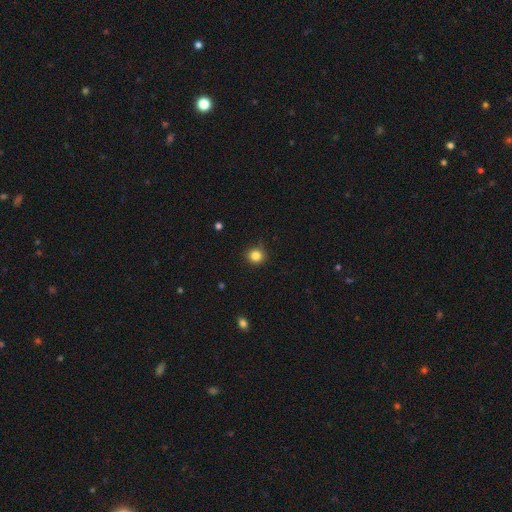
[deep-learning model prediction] Overall: smooth (83%). How rounded: round (91%). Merging: none (83%).